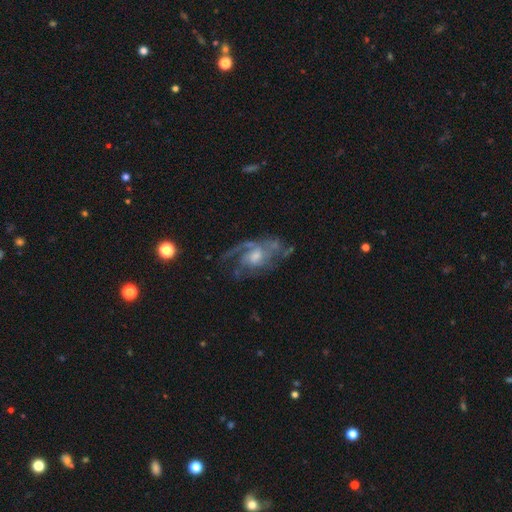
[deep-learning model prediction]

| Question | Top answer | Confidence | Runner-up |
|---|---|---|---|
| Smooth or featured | featured or disk | 83% | smooth (11%) |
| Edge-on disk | no | 96% | yes (4%) |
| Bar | no | 60% | weak (35%) |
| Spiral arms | yes | 90% | no (10%) |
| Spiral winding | medium | 45% | loose (28%) |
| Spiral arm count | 2 | 28% | tied: can't tell (28%) |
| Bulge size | moderate | 48% | small (33%) |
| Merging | none | 50% | major disturbance (27%) |